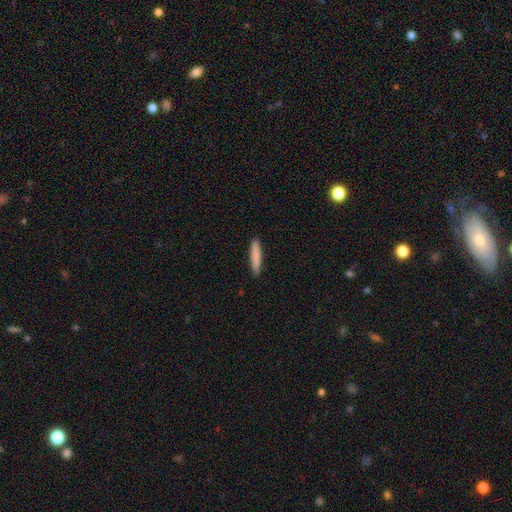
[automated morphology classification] smooth_or_featured: smooth (p=0.83) [alt: featured or disk p=0.12]
how_rounded: cigar-shaped (p=0.92) [alt: in between p=0.07]
merging: none (p=0.90) [alt: minor disturbance p=0.08]